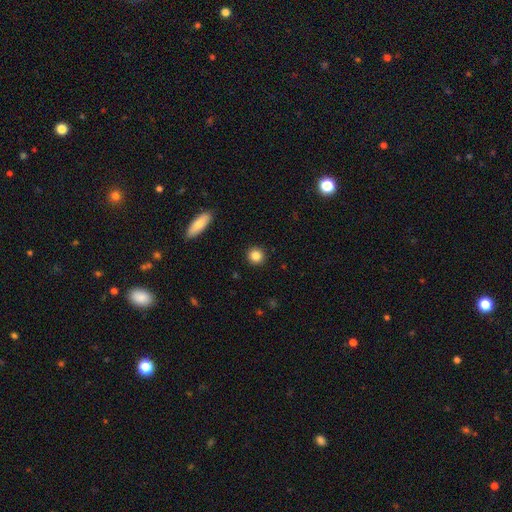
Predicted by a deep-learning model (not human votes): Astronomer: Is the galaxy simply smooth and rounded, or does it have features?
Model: smooth — 85%.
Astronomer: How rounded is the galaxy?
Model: round — 91%.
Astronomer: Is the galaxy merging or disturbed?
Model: none — 92%.